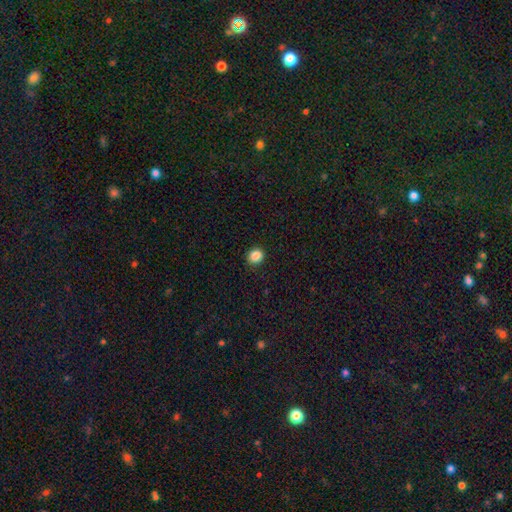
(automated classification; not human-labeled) Smooth or featured? smooth (86%)
How rounded? round (80%)
Merging? none (91%)